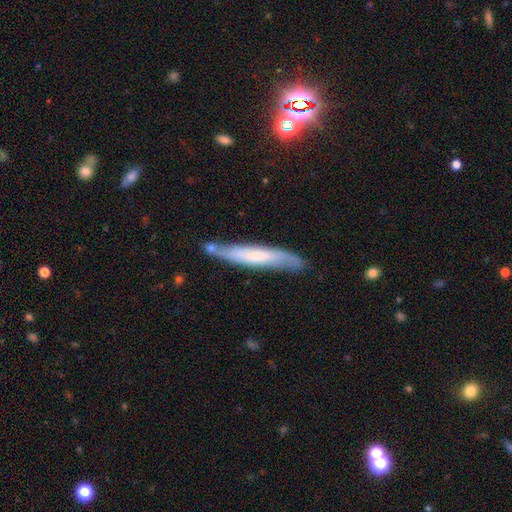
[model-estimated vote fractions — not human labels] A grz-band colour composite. It shows a smooth galaxy with no disk features (49%). Merging: none (71%).